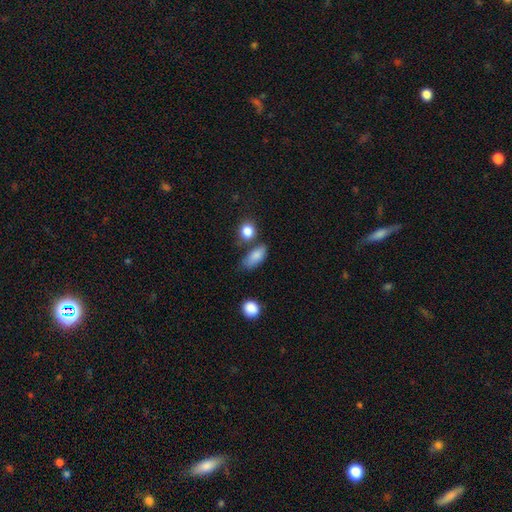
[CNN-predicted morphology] A smooth galaxy with no disk features (84%) that is in between round and cigar-shaped (81%). Merging: none (57%).